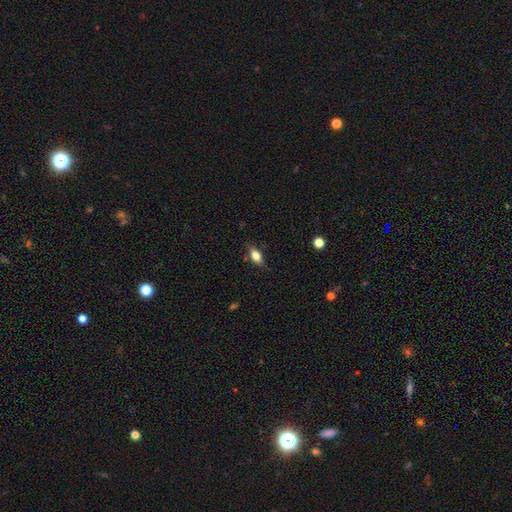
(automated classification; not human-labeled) Smooth or featured? Predicted: smooth (p=0.71). How rounded? Predicted: in between (p=0.82). Merging? Predicted: none (p=0.81).